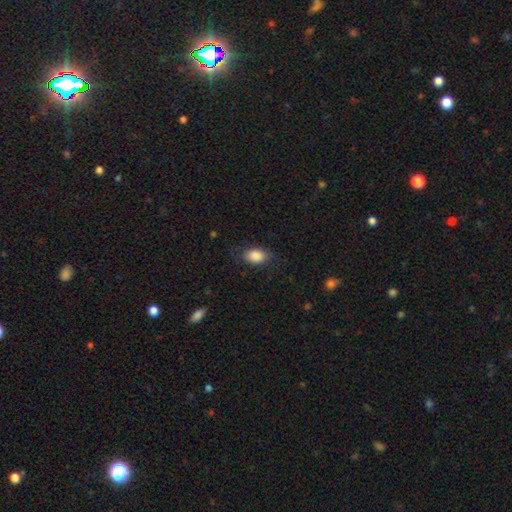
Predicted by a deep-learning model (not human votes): Morphology: type=smooth (88%); roundness=in between (81%); merging=none (77%).